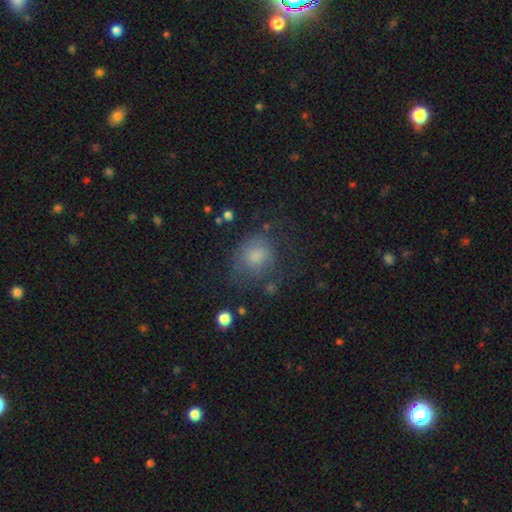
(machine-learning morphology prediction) smooth 73%, featured or disk 15%, star or artifact 12%. Down the decision tree: how rounded — round (67%); merging — none (51%).